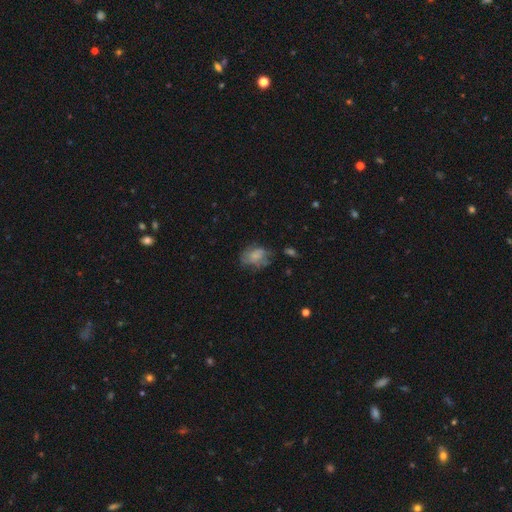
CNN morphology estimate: smooth_or_featured: smooth (p=0.53) [alt: featured or disk p=0.36]
how_rounded: in between (p=0.70) [alt: round p=0.29]
merging: none (p=0.51) [alt: minor disturbance p=0.27]